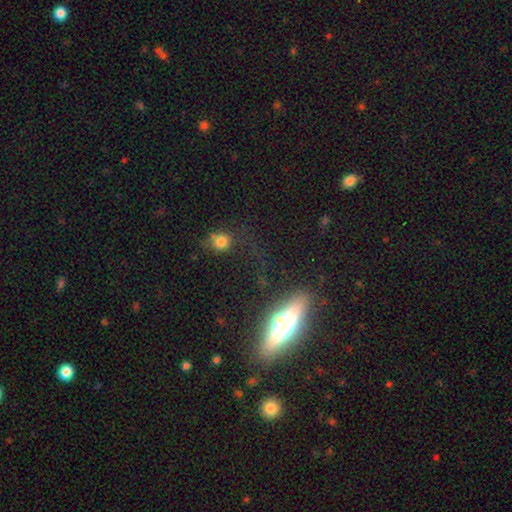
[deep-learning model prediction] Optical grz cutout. It shows a smooth galaxy with no disk features (45%). Merging: none (65%).